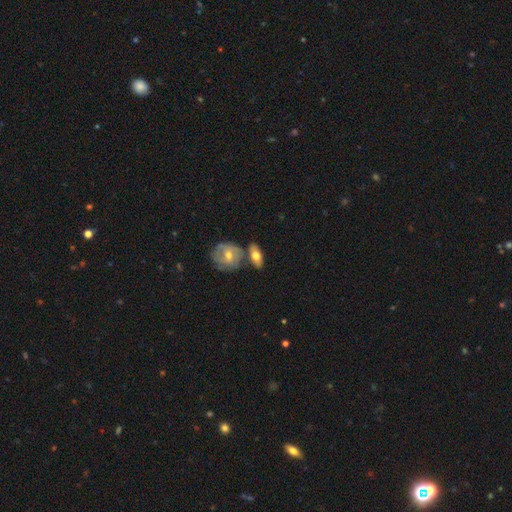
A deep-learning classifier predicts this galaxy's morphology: Q: Smooth or featured?
A: smooth (58%); runner-up: featured or disk (35%)
Q: How rounded?
A: in between (75%); runner-up: cigar-shaped (16%)
Q: Merging?
A: none (59%); runner-up: merger (24%)